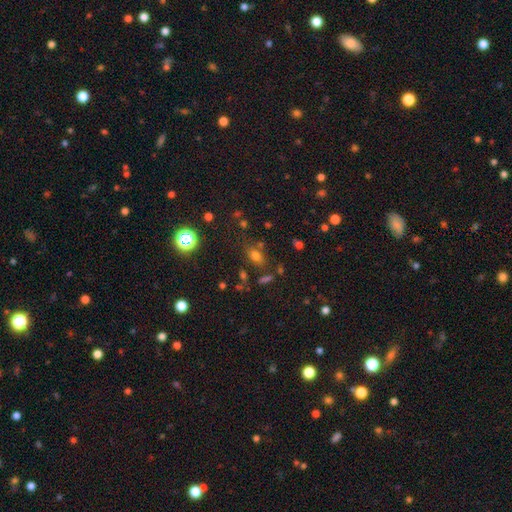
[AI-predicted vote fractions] A smooth galaxy with no disk features (67%) that is in between round and cigar-shaped (73%). Merging: none (73%).